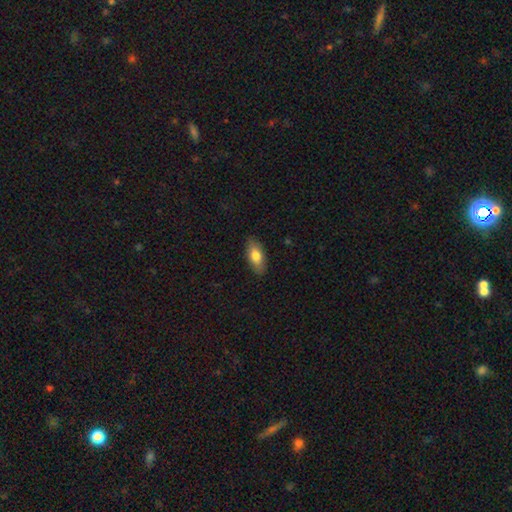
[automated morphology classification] Smooth or featured: smooth — 77% (featured or disk — 17%)
How rounded: in between — 83% (cigar-shaped — 14%)
Merging: none — 87% (minor disturbance — 10%)